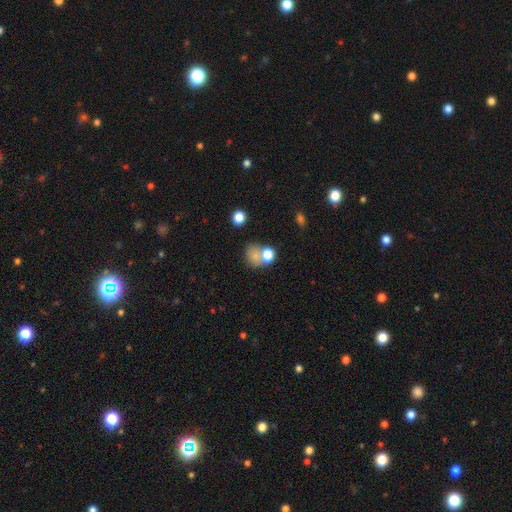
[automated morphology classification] Smooth or featured? Predicted: smooth (p=0.72). How rounded? Predicted: round (p=0.62). Merging? Predicted: merger (p=0.39, tied with none).